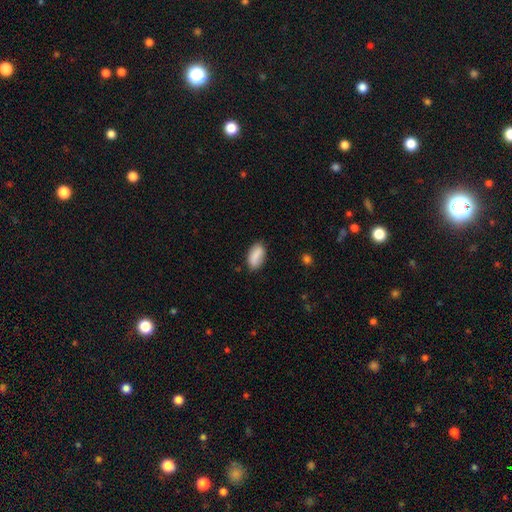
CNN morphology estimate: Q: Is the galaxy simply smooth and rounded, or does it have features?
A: smooth — 86%.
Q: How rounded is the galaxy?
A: in between — 91%.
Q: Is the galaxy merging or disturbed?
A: none — 81%.